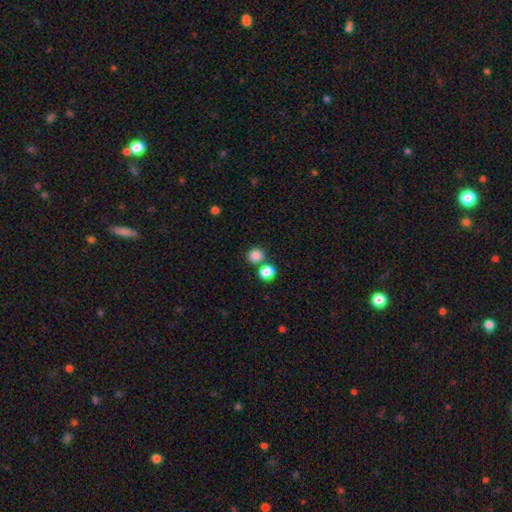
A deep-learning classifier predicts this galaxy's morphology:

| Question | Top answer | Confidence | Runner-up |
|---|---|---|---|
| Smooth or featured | smooth | 84% | star or artifact (12%) |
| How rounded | round | 88% | in between (11%) |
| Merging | none | 72% | merger (18%) |